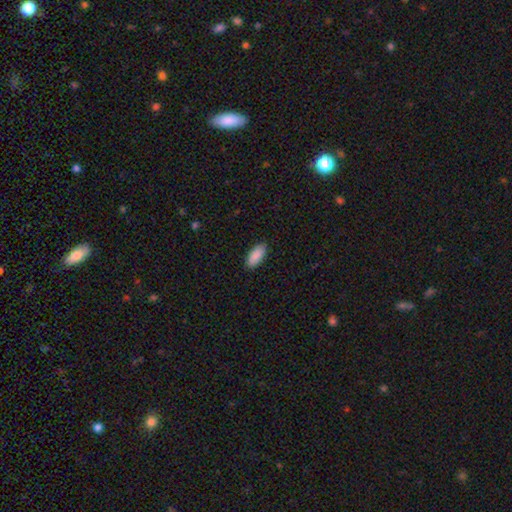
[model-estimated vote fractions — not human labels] smooth_or_featured: smooth (p=0.90) [alt: star or artifact p=0.06]
how_rounded: in between (p=0.91) [alt: cigar-shaped p=0.08]
merging: none (p=0.87) [alt: minor disturbance p=0.10]